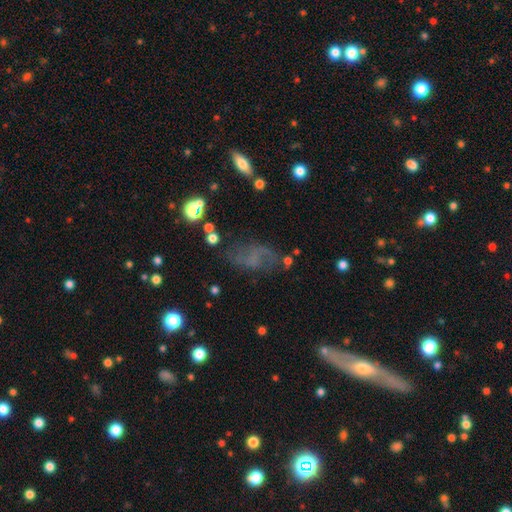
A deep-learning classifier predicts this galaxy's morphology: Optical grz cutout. It shows a featured or disk galaxy (52%). Merging: none (58%).